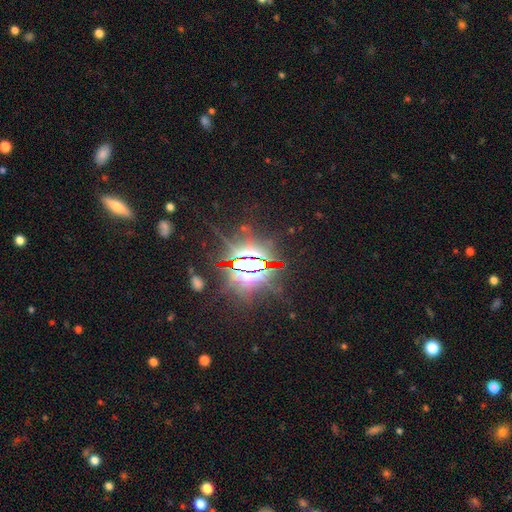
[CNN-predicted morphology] Smooth or featured?
  - star or artifact: 86% *
  - featured or disk: 7%
  - smooth: 7%